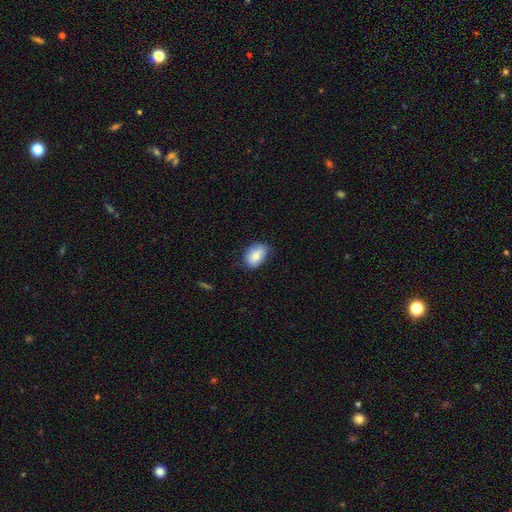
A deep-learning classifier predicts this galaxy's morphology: The model was most divided on "merging": none: 65%, minor disturbance: 29%, major disturbance: 5%, merger: 1%. More confident: how rounded — in between (84%); smooth or featured — smooth (82%).